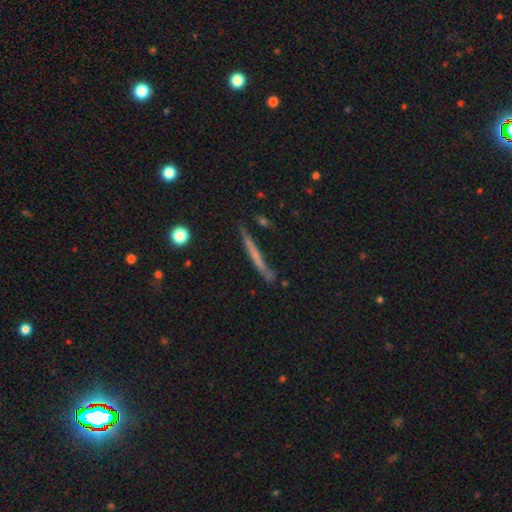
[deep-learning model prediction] smooth-or-featured: featured or disk: 46% (tied) | smooth: 46% (tied) | star or artifact: 8%
  merging: none: 77% | minor disturbance: 16% | major disturbance: 4% | merger: 3%